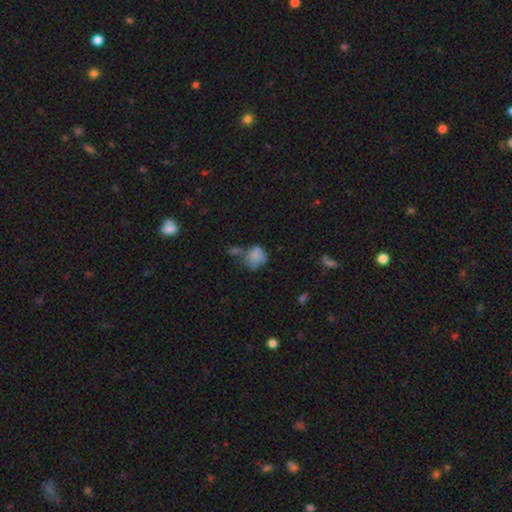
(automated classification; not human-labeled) Overall: smooth (69%). How rounded: round (59%; in between 40%). Merging: none (35%; minor disturbance 24%).